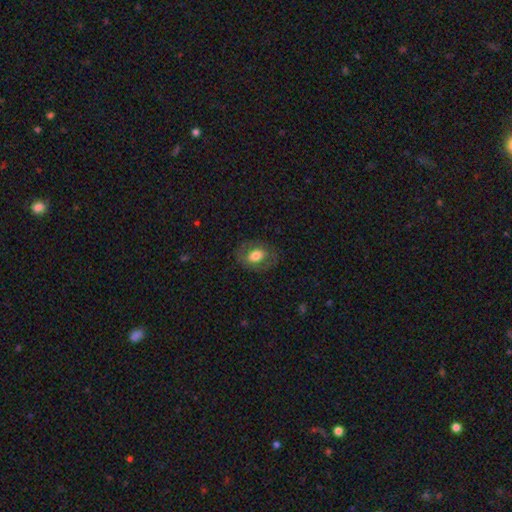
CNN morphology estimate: Smooth or featured: smooth — 65% (featured or disk — 28%)
How rounded: in between — 72% (round — 27%)
Merging: none — 77% (minor disturbance — 14%)